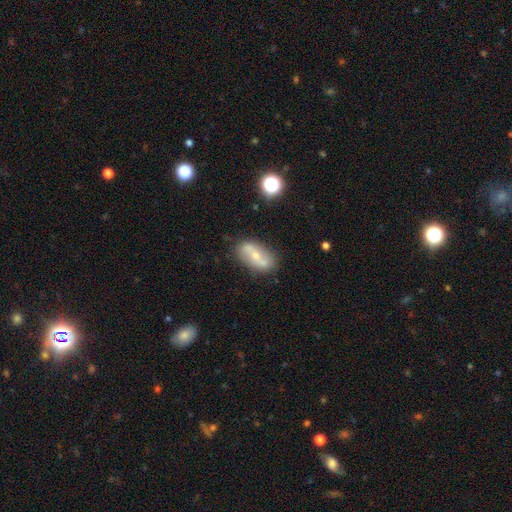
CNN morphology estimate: featured or disk 59%, smooth 33%, star or artifact 8%. Down the decision tree: edge-on disk — no (91%); bar — no (43%); spiral arms — yes (75%); bulge size — small (57%); merging — none (77%).